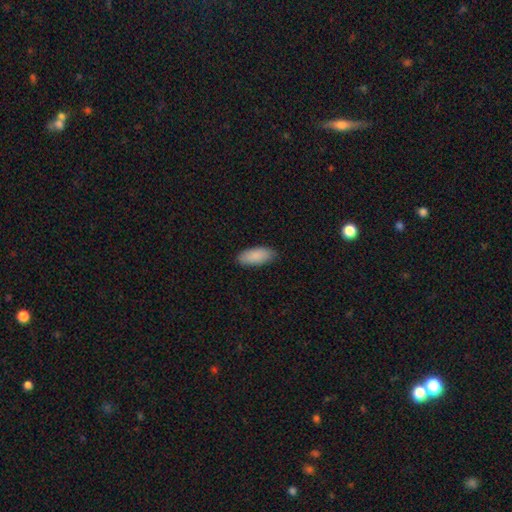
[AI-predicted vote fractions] This is clearly a smooth galaxy (89%). How rounded: clearly in between (83%). Merging: clearly none (86%).